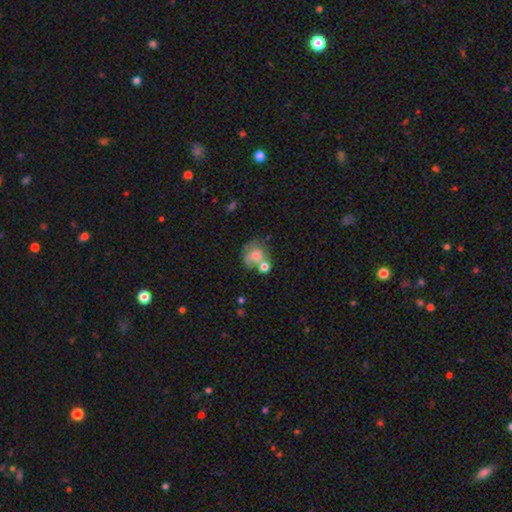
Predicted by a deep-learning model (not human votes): Morphology: type=smooth (58%); roundness=round (69%); merging=merger (35%).